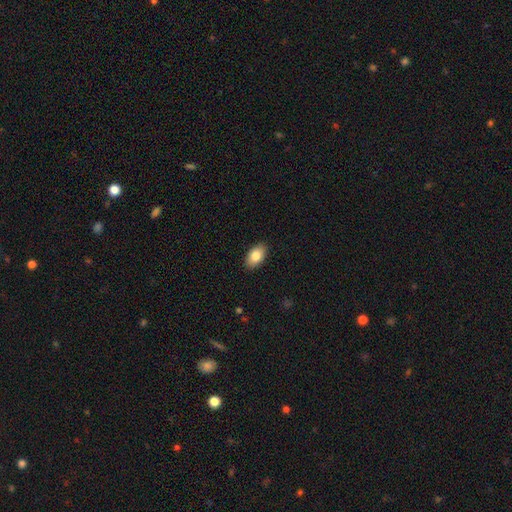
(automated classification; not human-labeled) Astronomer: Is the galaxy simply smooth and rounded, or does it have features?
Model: smooth — 83%.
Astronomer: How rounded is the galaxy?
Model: in between — 93%.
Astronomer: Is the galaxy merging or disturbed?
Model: none — 90%.